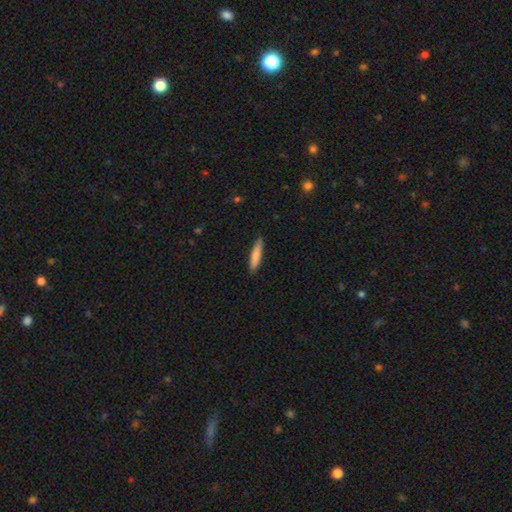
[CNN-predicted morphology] Overall: smooth (82%). How rounded: cigar-shaped (86%). Merging: none (89%).